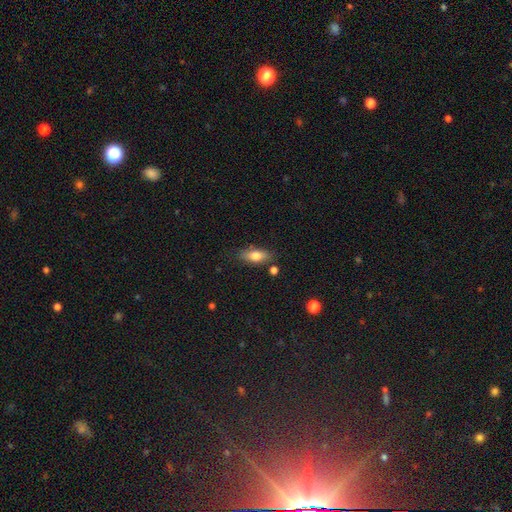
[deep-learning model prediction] This is likely a smooth galaxy (77%). How rounded: likely in between (79%). Merging: likely none (78%).